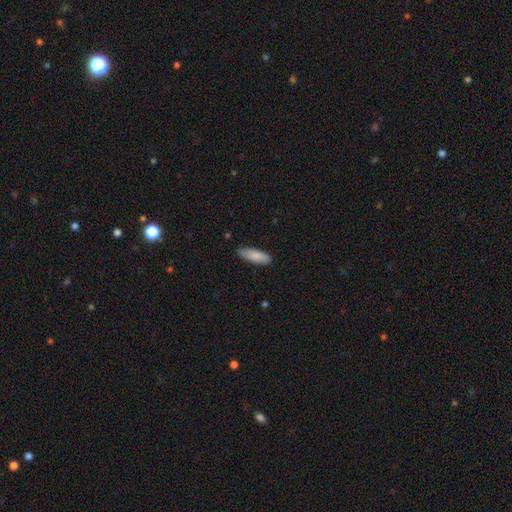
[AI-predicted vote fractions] Smooth or featured?
  - smooth: 85% *
  - featured or disk: 10%
  - star or artifact: 6%
How rounded?
  - in between: 55% *
  - cigar-shaped: 44%
  - round: 2%
Merging?
  - none: 83% *
  - minor disturbance: 14%
  - major disturbance: 2%
  - merger: 1%